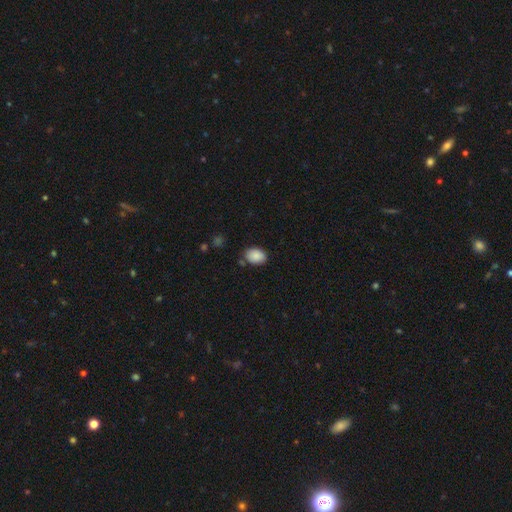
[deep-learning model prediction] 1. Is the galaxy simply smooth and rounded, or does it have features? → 89% smooth, 8% star or artifact, 4% featured or disk.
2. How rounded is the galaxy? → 77% in between, 22% round, 1% cigar-shaped.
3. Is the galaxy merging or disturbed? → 78% none, 14% minor disturbance, 4% merger, 3% major disturbance.